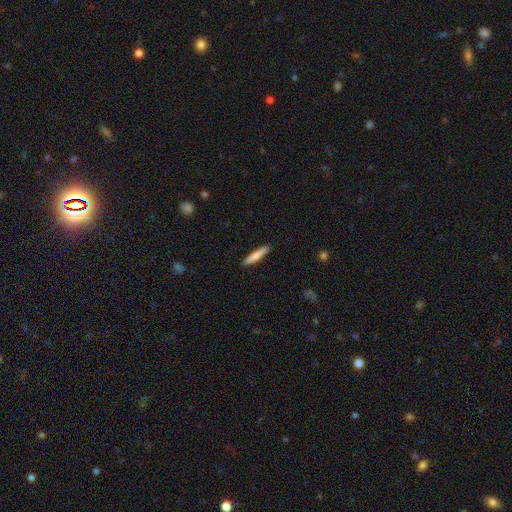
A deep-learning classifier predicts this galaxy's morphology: Q: Smooth or featured?
A: smooth (67%); runner-up: featured or disk (28%)
Q: How rounded?
A: cigar-shaped (92%); runner-up: in between (6%)
Q: Merging?
A: none (90%); runner-up: minor disturbance (7%)